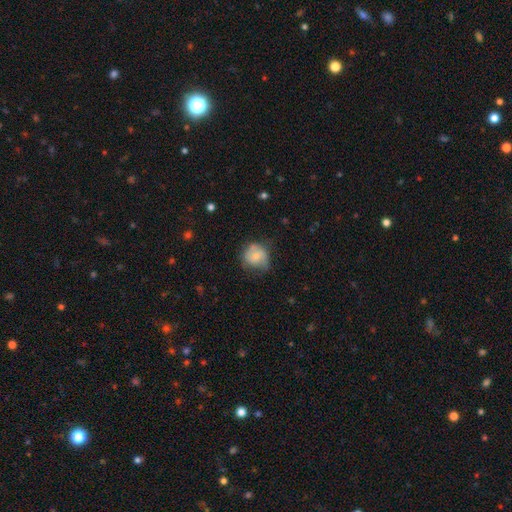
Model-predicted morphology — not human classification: Smooth or featured: smooth — 55% (featured or disk — 37%)
How rounded: round — 73% (in between — 26%)
Merging: none — 51% (minor disturbance — 33%)